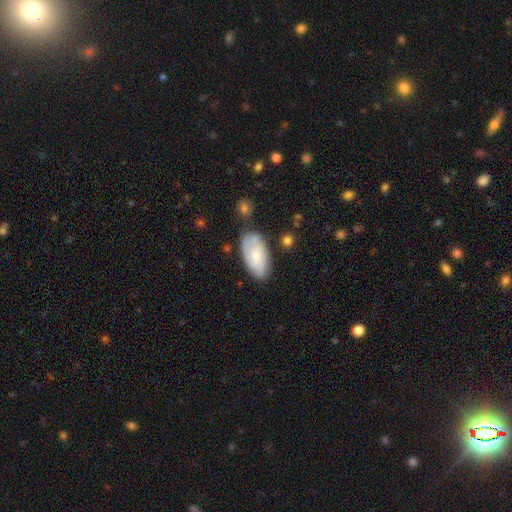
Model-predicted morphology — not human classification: smooth_or_featured: smooth (p=0.64) [alt: featured or disk p=0.29]
how_rounded: in between (p=0.94) [alt: cigar-shaped p=0.03]
merging: none (p=0.64) [alt: minor disturbance p=0.24]